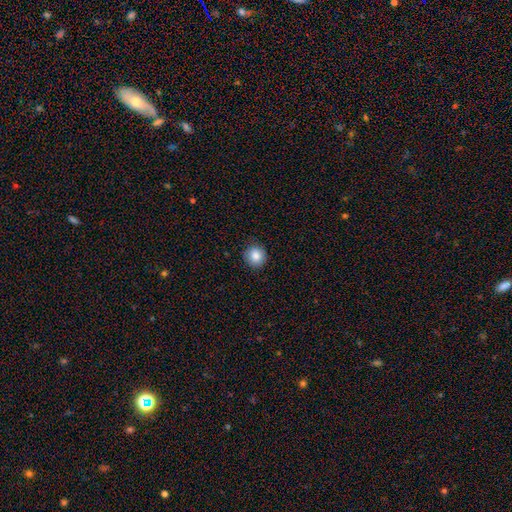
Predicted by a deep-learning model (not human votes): This appears to be a smooth galaxy with no disk features (85%) that is round (89%). Merging: none (89%).